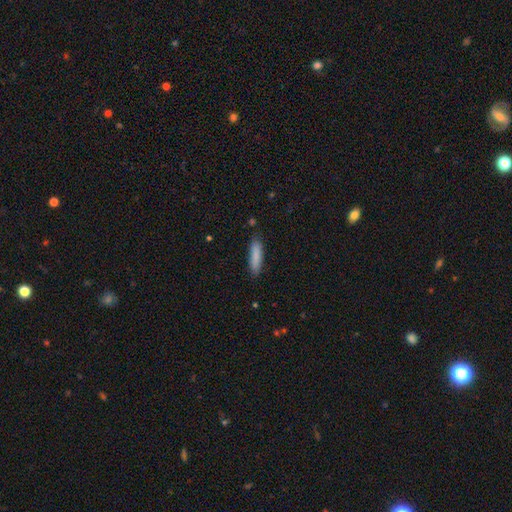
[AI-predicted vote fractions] Smooth or featured?
  - smooth: 85% *
  - featured or disk: 9%
  - star or artifact: 6%
How rounded?
  - cigar-shaped: 80% *
  - in between: 19%
  - round: 1%
Merging?
  - none: 85% *
  - minor disturbance: 11%
  - major disturbance: 2%
  - merger: 2%